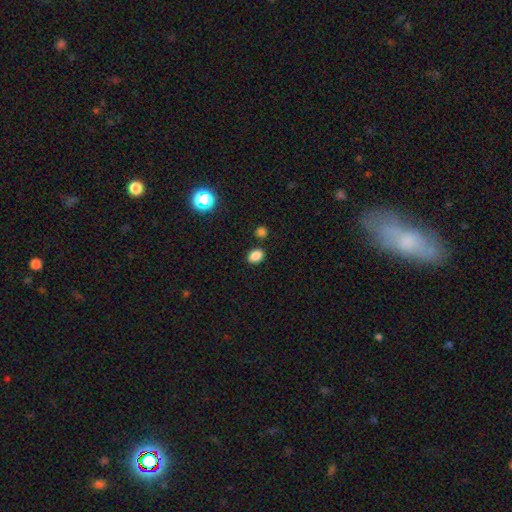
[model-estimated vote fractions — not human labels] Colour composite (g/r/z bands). It shows a smooth galaxy with no disk features (84%) that is in between round and cigar-shaped (67%). Merging: none (82%).